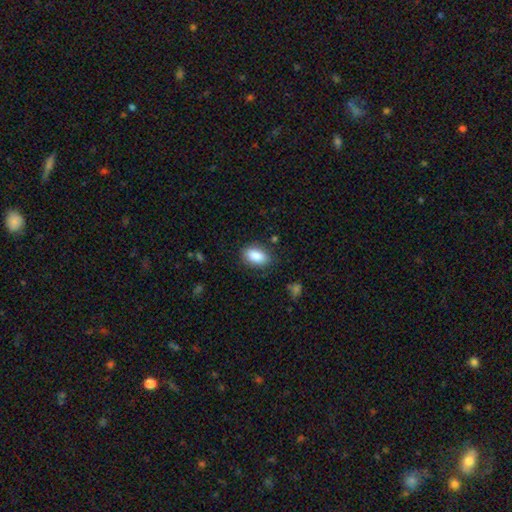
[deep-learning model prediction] smooth 88%, star or artifact 7%, featured or disk 5%. Down the decision tree: how rounded — in between (91%); merging — none (83%).